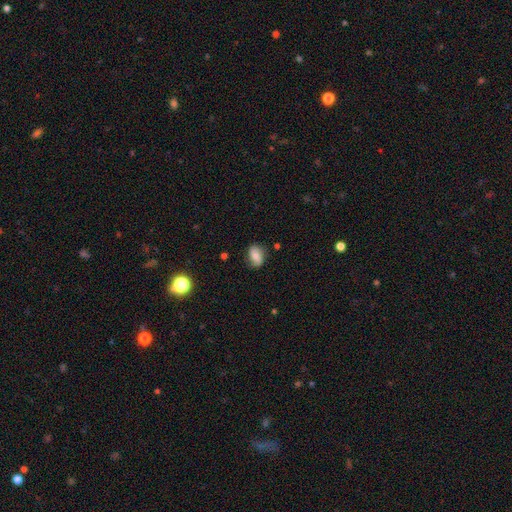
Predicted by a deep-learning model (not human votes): A smooth galaxy with no disk features (66%) that is in between round and cigar-shaped (80%). Merging: none (76%).